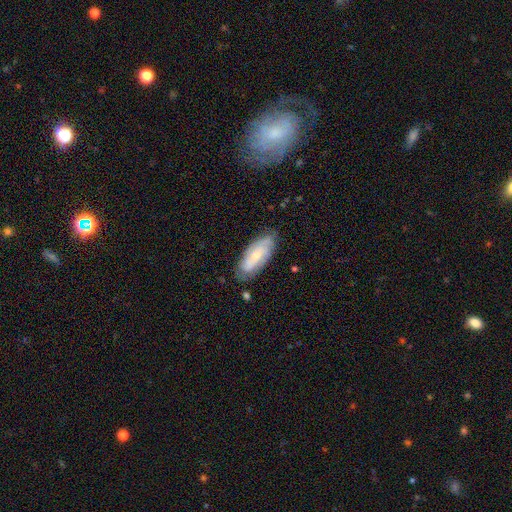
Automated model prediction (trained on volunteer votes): Overall: featured or disk (60%; smooth 33%). Edge-on disk: no (89%). Bar: no (63%; weak 29%). Spiral arms: yes (85%). Bulge size: small (64%; moderate 29%). Merging: none (75%).